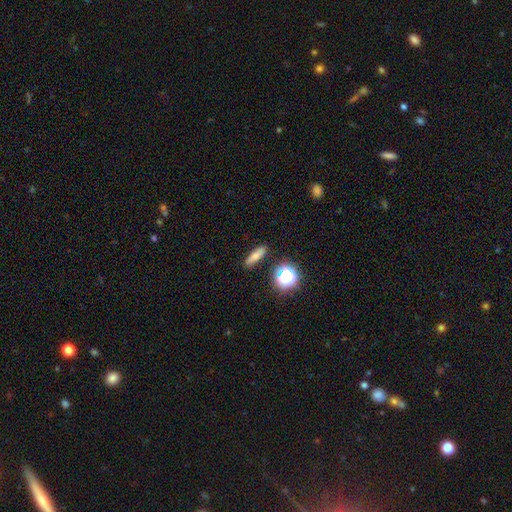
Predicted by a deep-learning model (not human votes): Smooth or featured? smooth (66%)
How rounded? cigar-shaped (53%)
Merging? none (88%)